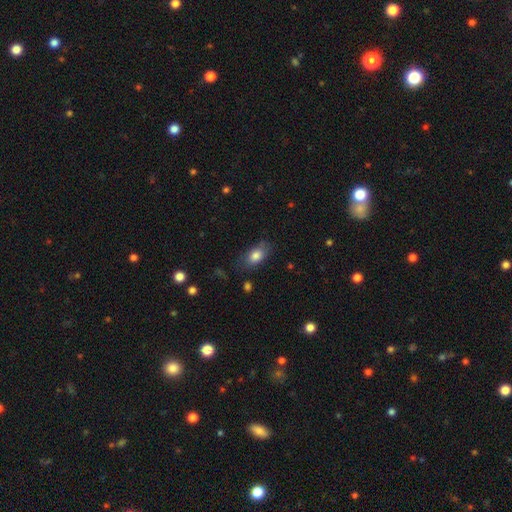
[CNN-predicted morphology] smooth-or-featured: smooth: 81% | featured or disk: 12% | star or artifact: 8%
  how-rounded: in between: 88% | round: 9% | cigar-shaped: 4%
  merging: none: 72% | minor disturbance: 20% | major disturbance: 6% | merger: 2%